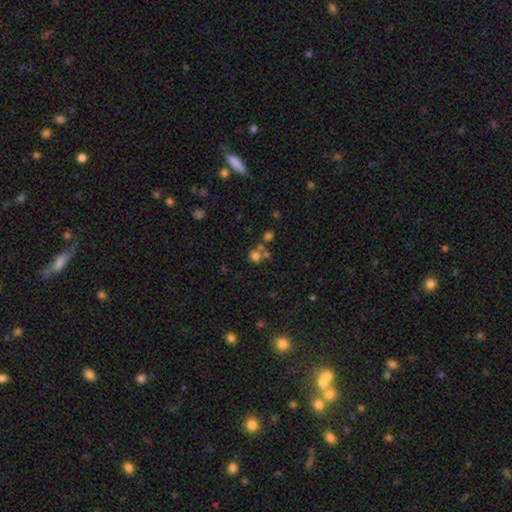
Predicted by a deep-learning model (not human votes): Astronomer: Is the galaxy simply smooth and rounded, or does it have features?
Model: smooth — 67%.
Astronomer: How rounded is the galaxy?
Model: round — 80%.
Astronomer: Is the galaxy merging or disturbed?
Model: none — 51% (runner-up: merger, 36%).